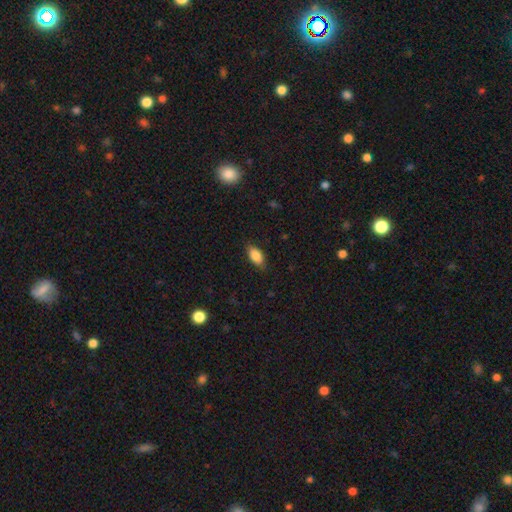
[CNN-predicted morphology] Smooth or featured?
  - smooth: 84% *
  - featured or disk: 8%
  - star or artifact: 7%
How rounded?
  - in between: 90% *
  - cigar-shaped: 6%
  - round: 4%
Merging?
  - none: 82% *
  - minor disturbance: 14%
  - major disturbance: 3%
  - merger: 1%